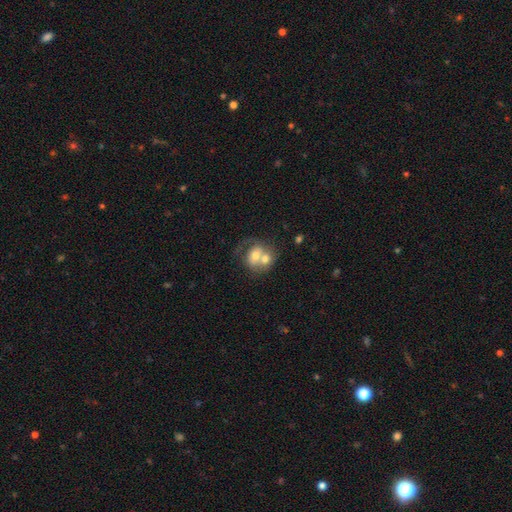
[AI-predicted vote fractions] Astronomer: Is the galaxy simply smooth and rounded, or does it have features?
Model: smooth — 50% (runner-up: featured or disk, 43%).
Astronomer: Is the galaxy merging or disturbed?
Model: merger — 70%.